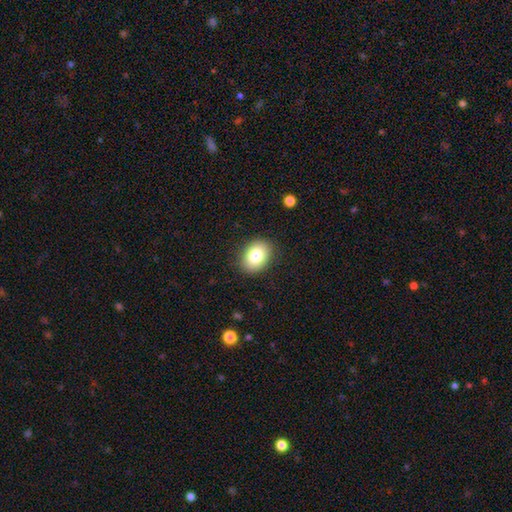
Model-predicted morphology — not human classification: This appears to be a smooth galaxy with no disk features (81%) that is in between round and cigar-shaped (70%). Merging: none (88%).